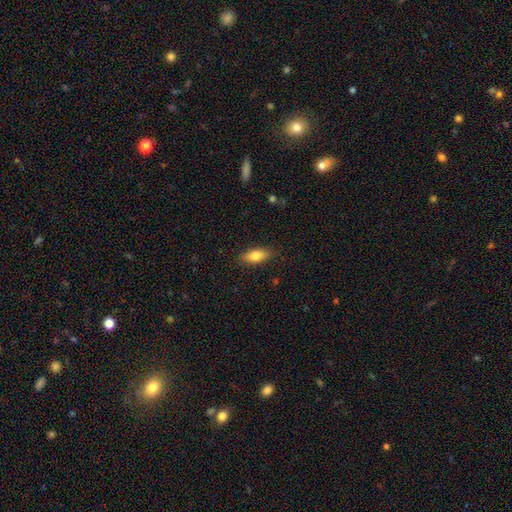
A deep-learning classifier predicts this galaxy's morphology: smooth 80%, featured or disk 13%, star or artifact 7%. Down the decision tree: how rounded — in between (79%); merging — none (86%).